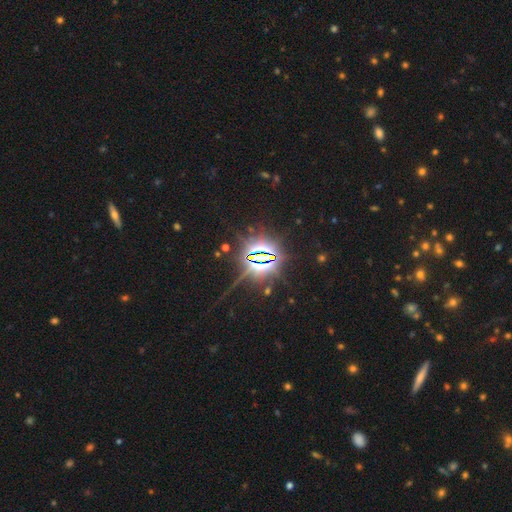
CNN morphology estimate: A star or artifact, not a galaxy (85%).